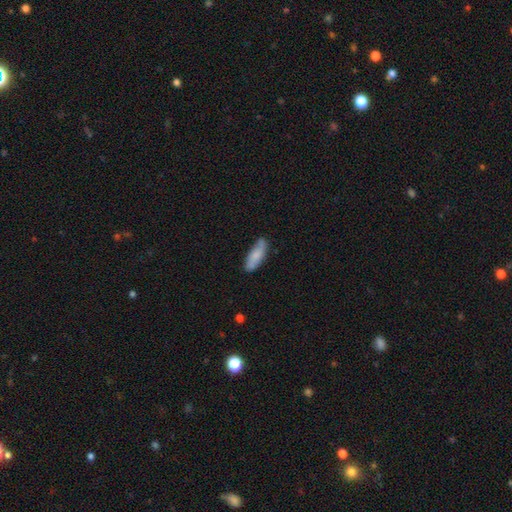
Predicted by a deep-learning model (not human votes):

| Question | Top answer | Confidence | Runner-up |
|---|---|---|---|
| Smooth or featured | smooth | 74% | featured or disk (20%) |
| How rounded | in between | 66% | cigar-shaped (33%) |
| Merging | none | 74% | minor disturbance (20%) |